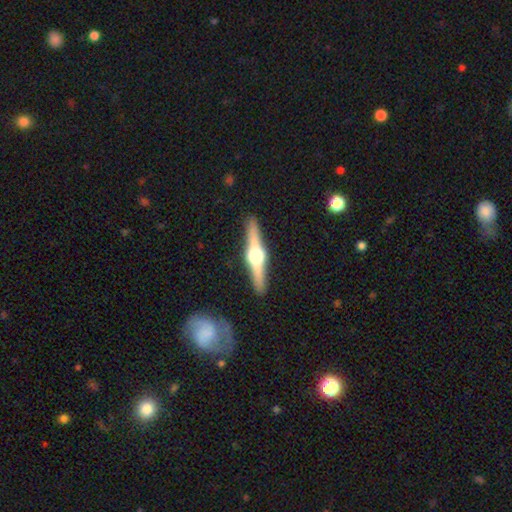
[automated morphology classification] A featured or disk galaxy (80%) viewed edge-on (98%) with a rounded central bulge (95%). Merging: none (91%).